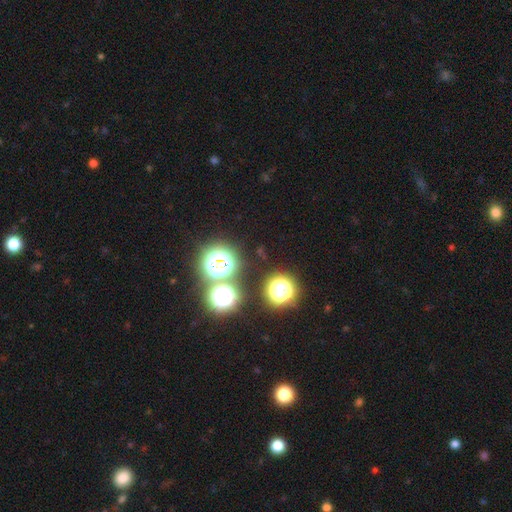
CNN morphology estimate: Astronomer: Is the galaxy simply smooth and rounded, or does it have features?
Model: star or artifact — 71%.